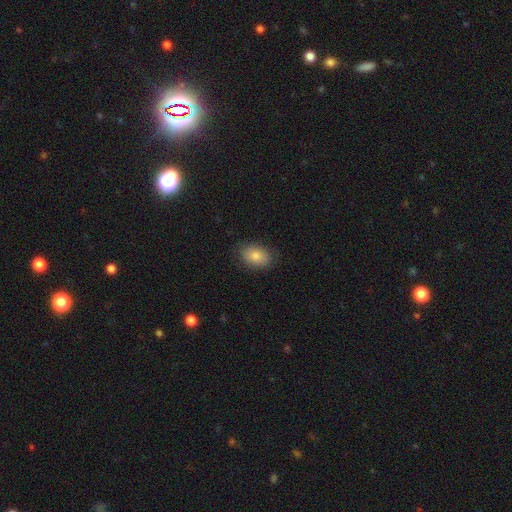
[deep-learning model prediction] smooth 81%, featured or disk 10%, star or artifact 9%. Down the decision tree: how rounded — in between (82%); merging — none (85%).